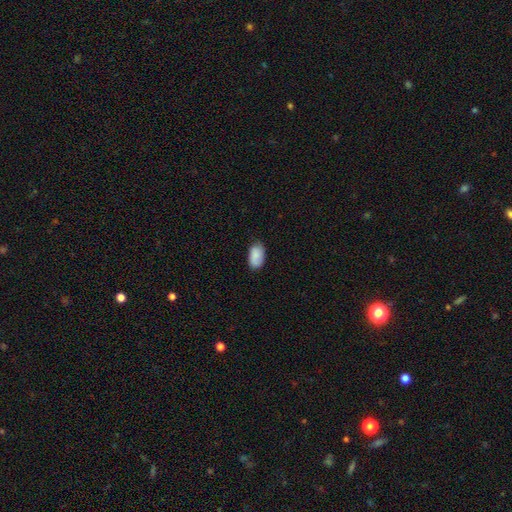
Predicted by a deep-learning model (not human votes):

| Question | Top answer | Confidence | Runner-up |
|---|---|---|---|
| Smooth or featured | smooth | 85% | featured or disk (8%) |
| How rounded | in between | 93% | round (5%) |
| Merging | none | 78% | minor disturbance (18%) |